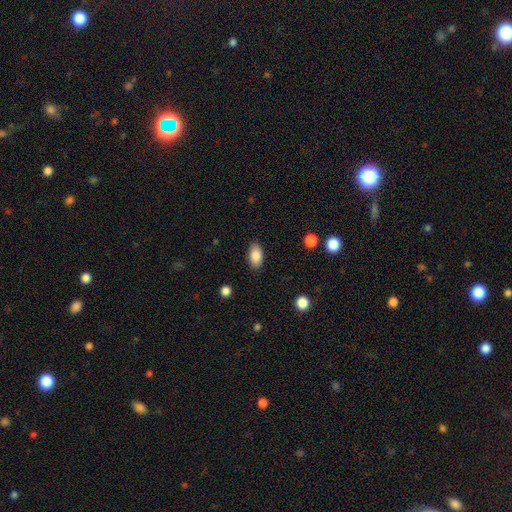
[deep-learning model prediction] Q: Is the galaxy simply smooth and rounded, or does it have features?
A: smooth — 87%.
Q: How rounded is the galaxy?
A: in between — 92%.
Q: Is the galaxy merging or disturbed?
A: none — 86%.